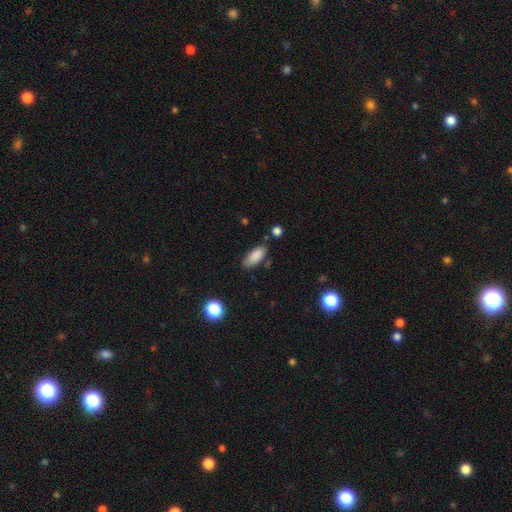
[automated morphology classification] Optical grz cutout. It shows a smooth galaxy with no disk features (87%) that is in between round and cigar-shaped (85%). Merging: none (73%).